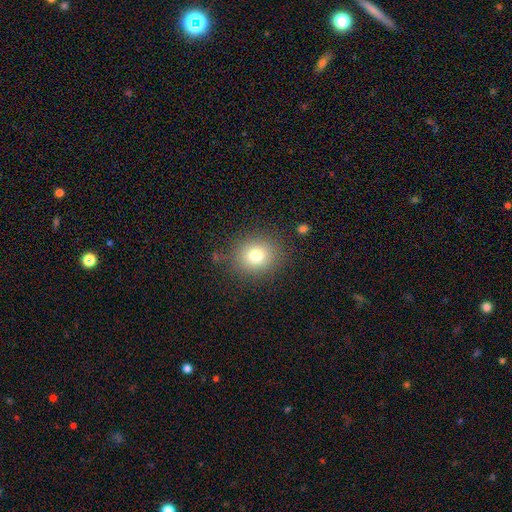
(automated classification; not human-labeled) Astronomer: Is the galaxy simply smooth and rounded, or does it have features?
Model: smooth — 77%.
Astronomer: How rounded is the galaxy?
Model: round — 77%.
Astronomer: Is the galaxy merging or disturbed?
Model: none — 84%.